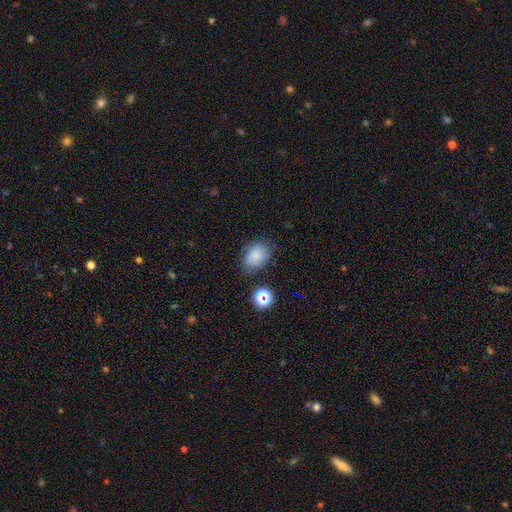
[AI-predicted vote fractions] Overall: smooth (75%). How rounded: in between (64%; round 35%). Merging: none (66%).